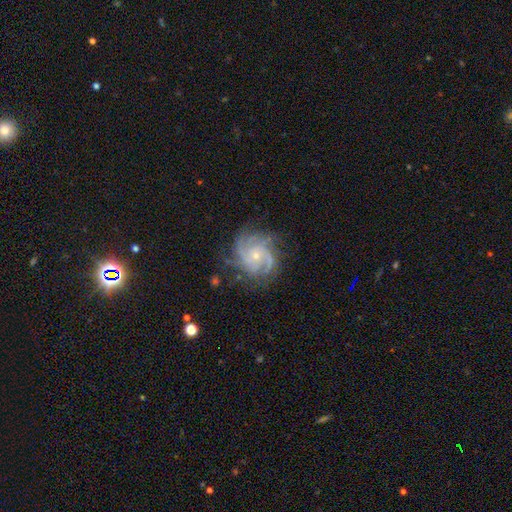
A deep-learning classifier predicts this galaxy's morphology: Q: Smooth or featured?
A: featured or disk (87%); runner-up: smooth (7%)
Q: Edge-on disk?
A: no (98%); runner-up: yes (2%)
Q: Bar?
A: no (76%); runner-up: weak (21%)
Q: Spiral arms?
A: yes (97%); runner-up: no (3%)
Q: Spiral winding?
A: tight (53%); runner-up: medium (39%)
Q: Spiral arm count?
A: 3 (32%); runner-up: 4 (22%)
Q: Bulge size?
A: small (72%); runner-up: moderate (24%)
Q: Merging?
A: none (73%); runner-up: minor disturbance (18%)